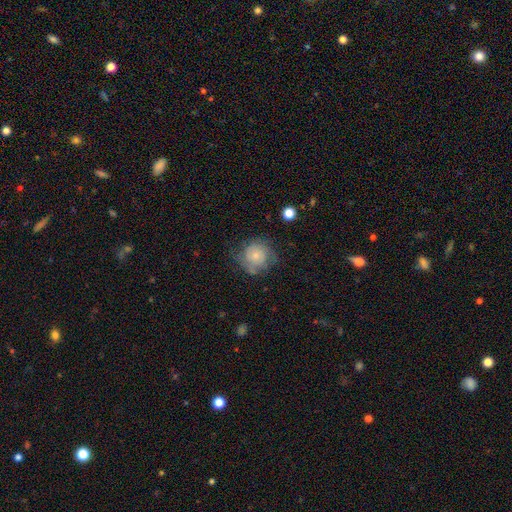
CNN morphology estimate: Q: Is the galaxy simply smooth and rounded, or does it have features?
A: smooth — 54%.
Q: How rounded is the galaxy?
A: round — 89%.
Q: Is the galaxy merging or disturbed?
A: none — 58%.